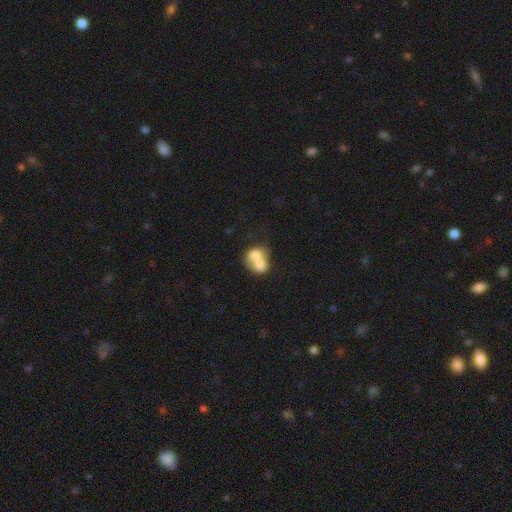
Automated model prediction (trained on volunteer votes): smooth 65%, featured or disk 27%, star or artifact 8%. Down the decision tree: how rounded — round (52%); merging — merger (75%).